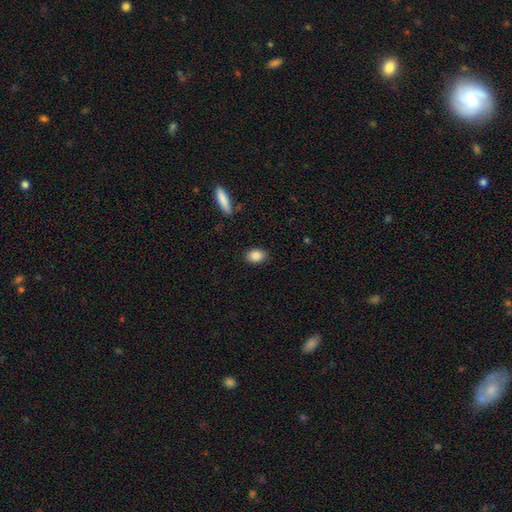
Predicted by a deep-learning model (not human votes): smooth_or_featured: smooth (p=0.85) [alt: star or artifact p=0.08]
how_rounded: in between (p=0.80) [alt: round p=0.18]
merging: none (p=0.88) [alt: minor disturbance p=0.09]